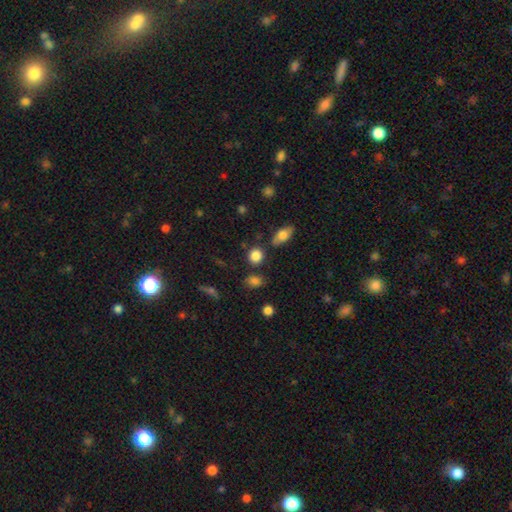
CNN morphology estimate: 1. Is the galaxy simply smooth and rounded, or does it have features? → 85% smooth, 10% star or artifact, 5% featured or disk.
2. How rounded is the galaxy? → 82% round, 16% in between, 2% cigar-shaped.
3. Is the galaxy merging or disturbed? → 80% none, 10% minor disturbance, 7% merger, 3% major disturbance.